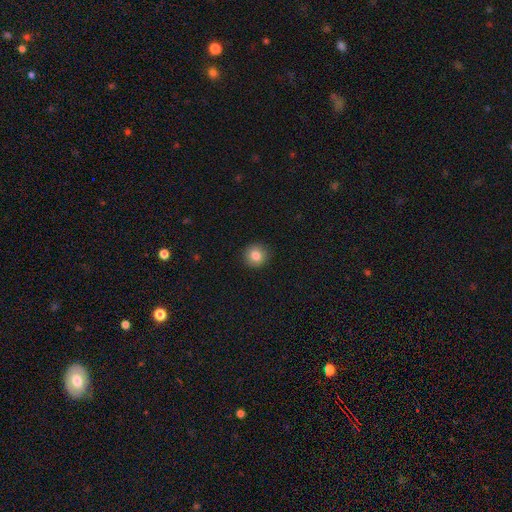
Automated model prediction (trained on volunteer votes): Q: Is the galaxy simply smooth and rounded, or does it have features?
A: smooth — 83%.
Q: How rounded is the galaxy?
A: round — 92%.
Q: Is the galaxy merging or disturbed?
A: none — 91%.